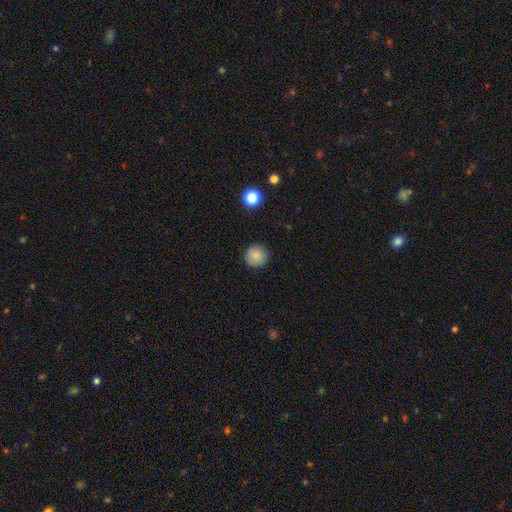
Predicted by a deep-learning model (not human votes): smooth_or_featured: smooth (p=0.86) [alt: star or artifact p=0.09]
how_rounded: round (p=0.94) [alt: in between p=0.05]
merging: none (p=0.90) [alt: minor disturbance p=0.07]